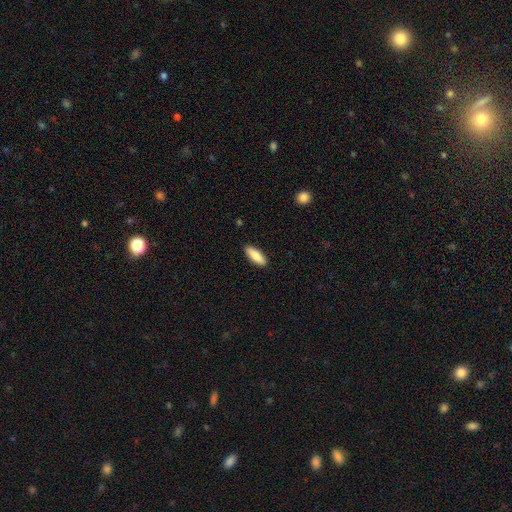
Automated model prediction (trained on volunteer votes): Q: Smooth or featured?
A: smooth (87%); runner-up: featured or disk (7%)
Q: How rounded?
A: in between (64%); runner-up: cigar-shaped (34%)
Q: Merging?
A: none (89%); runner-up: minor disturbance (8%)